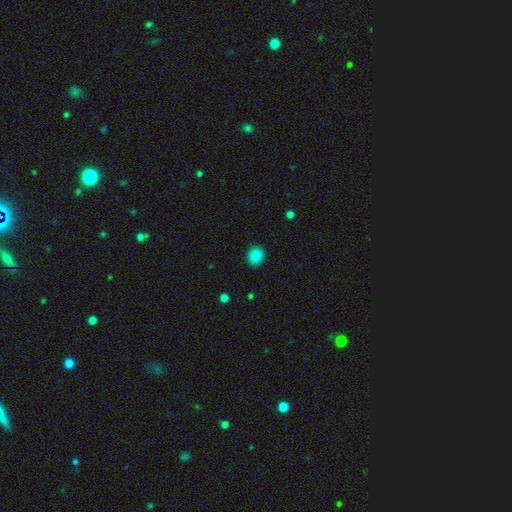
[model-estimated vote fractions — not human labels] The model was most divided on "how rounded": round: 76%, in between: 23%, cigar-shaped: 1%. More confident: merging — none (90%); smooth or featured — smooth (87%).